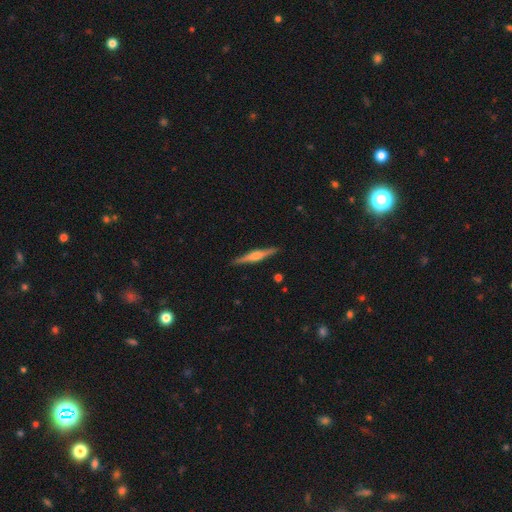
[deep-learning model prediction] Q: Smooth or featured?
A: featured or disk (70%); runner-up: smooth (24%)
Q: Edge-on disk?
A: yes (98%); runner-up: no (2%)
Q: Edge-on bulge?
A: rounded (79%); runner-up: boxy (15%)
Q: Merging?
A: none (91%); runner-up: minor disturbance (6%)